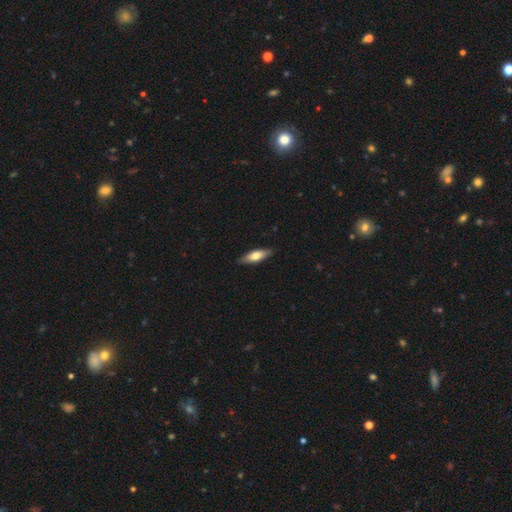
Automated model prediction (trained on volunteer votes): Smooth or featured?
  - smooth: 65% *
  - featured or disk: 29%
  - star or artifact: 5%
How rounded?
  - in between: 50% *
  - cigar-shaped: 48%
  - round: 2%
Merging?
  - none: 86% *
  - minor disturbance: 11%
  - major disturbance: 2%
  - merger: 1%